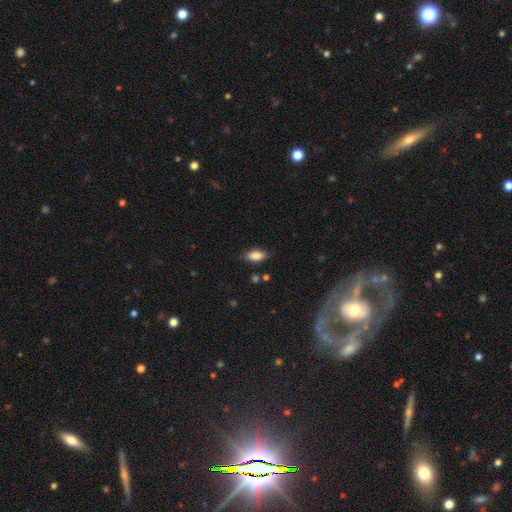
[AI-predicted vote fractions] Overall: smooth (84%). How rounded: in between (88%). Merging: none (81%).